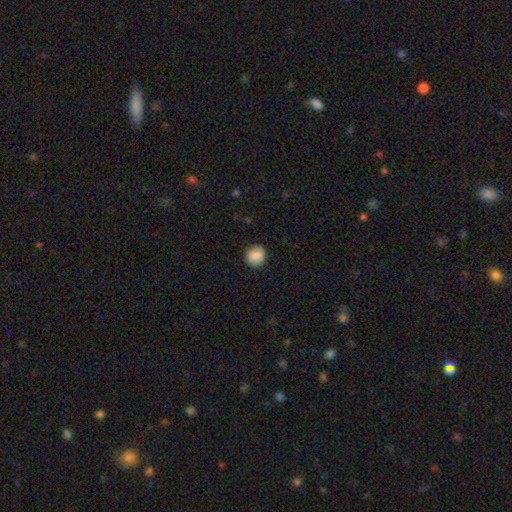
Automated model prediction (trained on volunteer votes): smooth 87%, star or artifact 8%, featured or disk 5%. Down the decision tree: how rounded — round (89%); merging — none (88%).